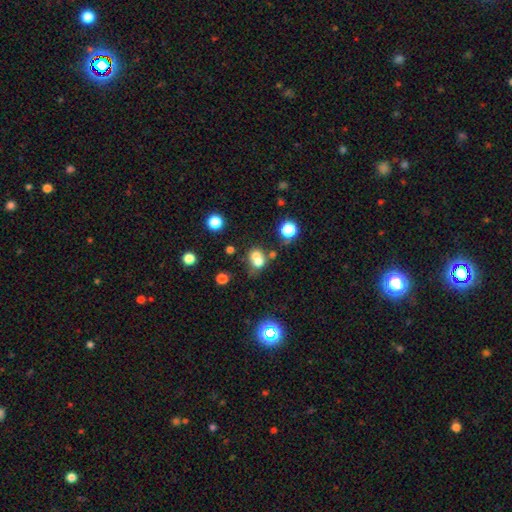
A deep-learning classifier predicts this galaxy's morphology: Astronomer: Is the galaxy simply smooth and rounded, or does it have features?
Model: smooth — 67%.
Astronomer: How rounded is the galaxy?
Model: round — 66%.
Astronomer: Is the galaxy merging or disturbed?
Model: merger — 56%.